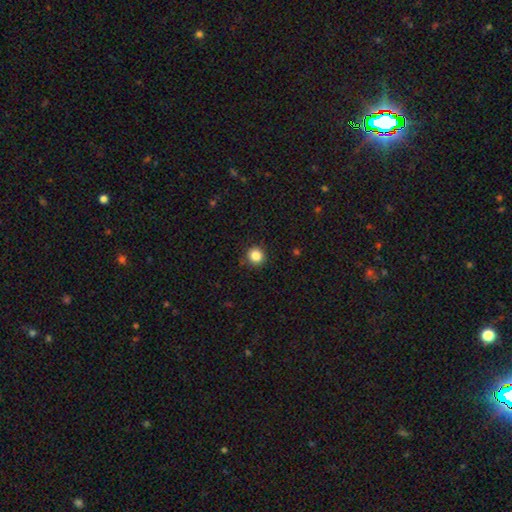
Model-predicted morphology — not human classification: Overall: smooth (85%). How rounded: round (92%). Merging: none (91%).